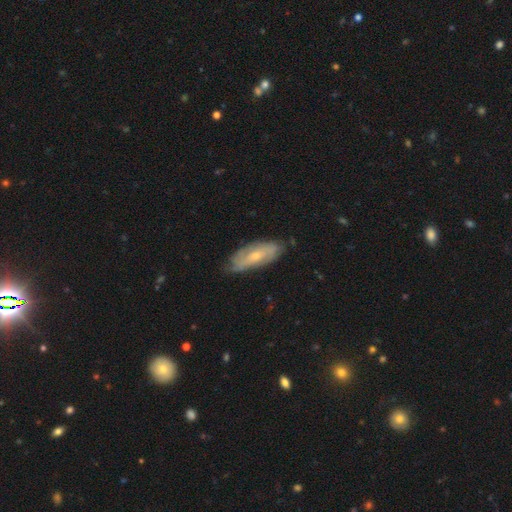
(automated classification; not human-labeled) A featured or disk galaxy (61%) with no bar (58%), spiral arms (78%) and a small central bulge (56%). Merging: none (70%).